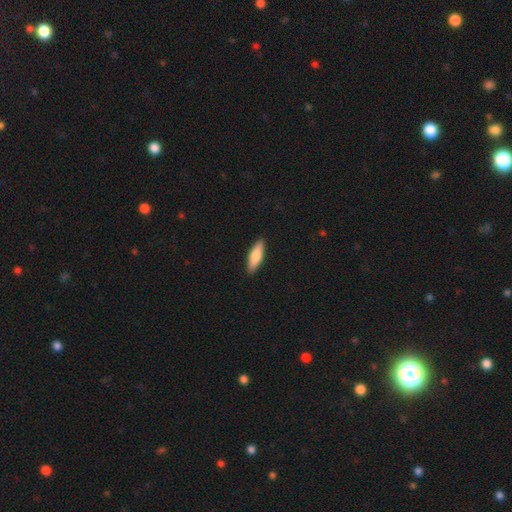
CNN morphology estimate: smooth-or-featured: smooth: 76% | featured or disk: 19% | star or artifact: 5%
  how-rounded: cigar-shaped: 57% | in between: 41% | round: 2%
  merging: none: 91% | minor disturbance: 7% | major disturbance: 1% | merger: 1%